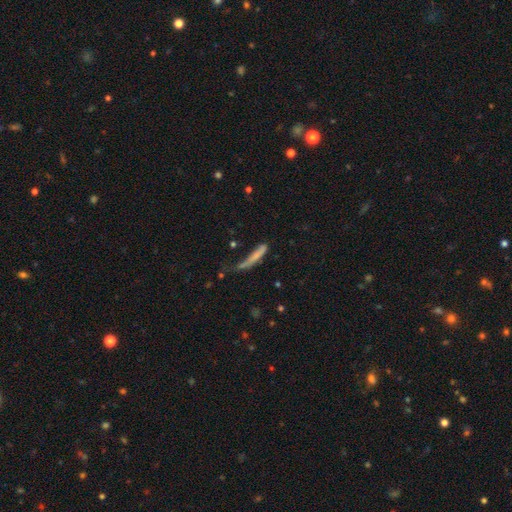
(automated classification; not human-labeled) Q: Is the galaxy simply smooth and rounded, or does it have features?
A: smooth — 66%.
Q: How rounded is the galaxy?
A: cigar-shaped — 88%.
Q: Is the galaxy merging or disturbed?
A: none — 37%.